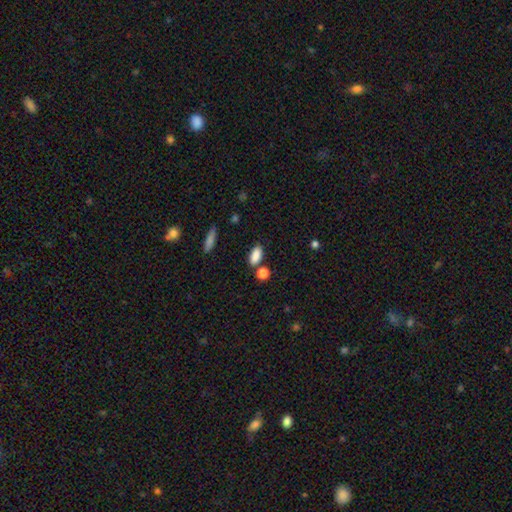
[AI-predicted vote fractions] Smooth or featured? smooth (87%)
How rounded? in between (84%)
Merging? none (74%)